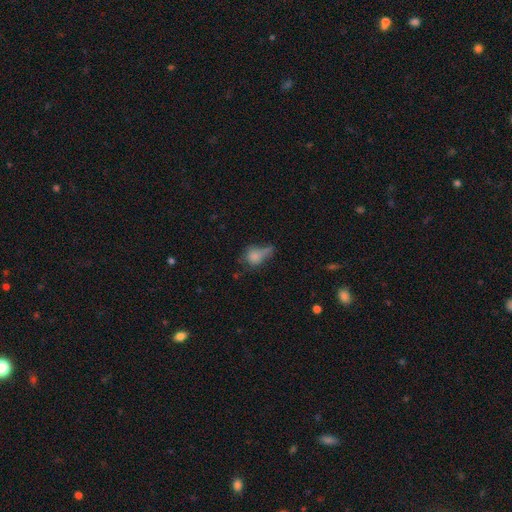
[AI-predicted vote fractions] Morphology: type=smooth (72%); roundness=in between (50%); merging=none (29%).